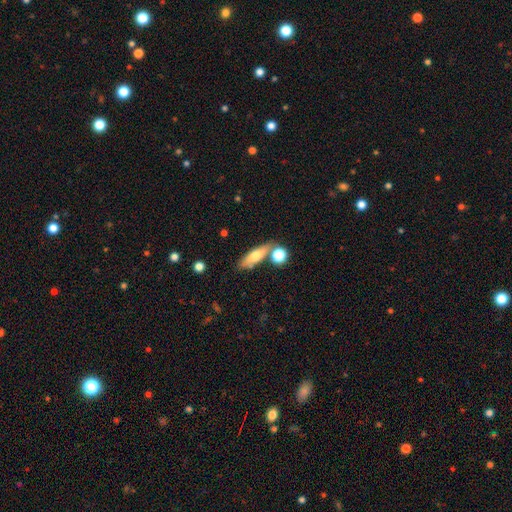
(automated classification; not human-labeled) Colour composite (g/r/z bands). It shows a smooth galaxy with no disk features (61%) that is cigar-shaped (49%). Merging: none (68%).